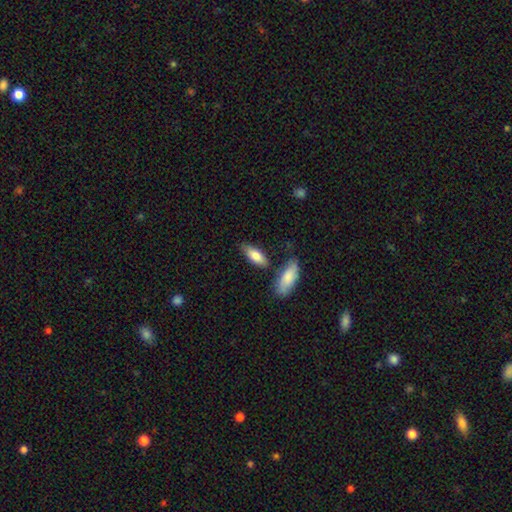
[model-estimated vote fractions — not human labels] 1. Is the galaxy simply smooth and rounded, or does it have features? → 80% smooth, 14% featured or disk, 6% star or artifact.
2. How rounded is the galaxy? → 76% in between, 22% cigar-shaped, 2% round.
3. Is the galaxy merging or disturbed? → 71% none, 16% minor disturbance, 10% merger, 4% major disturbance.